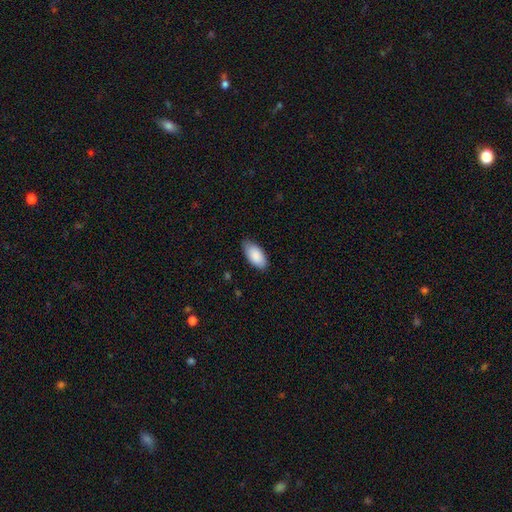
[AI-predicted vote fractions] smooth_or_featured: smooth (p=0.89) [alt: star or artifact p=0.06]
how_rounded: in between (p=0.94) [alt: cigar-shaped p=0.04]
merging: none (p=0.80) [alt: minor disturbance p=0.16]